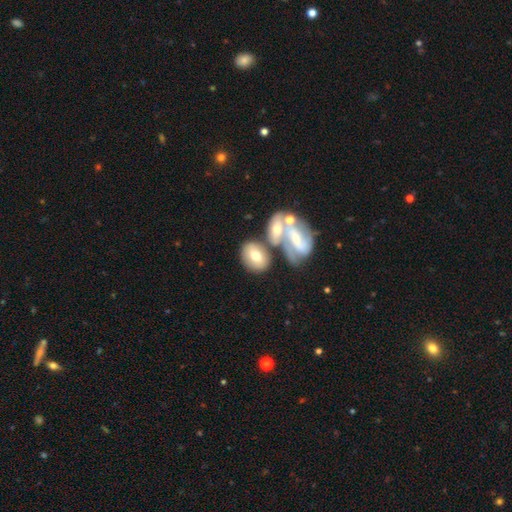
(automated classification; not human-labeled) This is possibly a smooth galaxy (57%). How rounded: likely in between (67%). Merging: possibly none (46%).